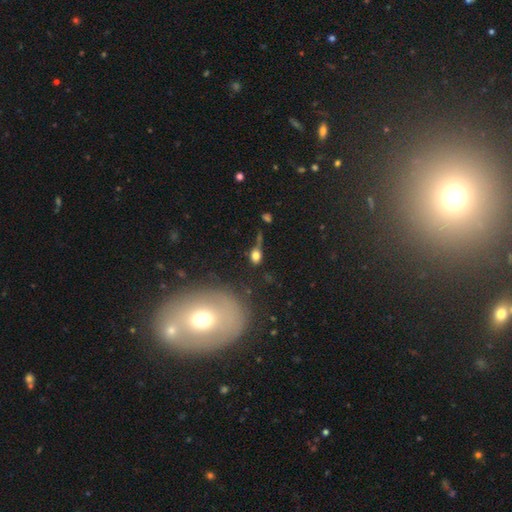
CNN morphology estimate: smooth 70%, featured or disk 17%, star or artifact 14%. Down the decision tree: how rounded — in between (58%); merging — none (39%).